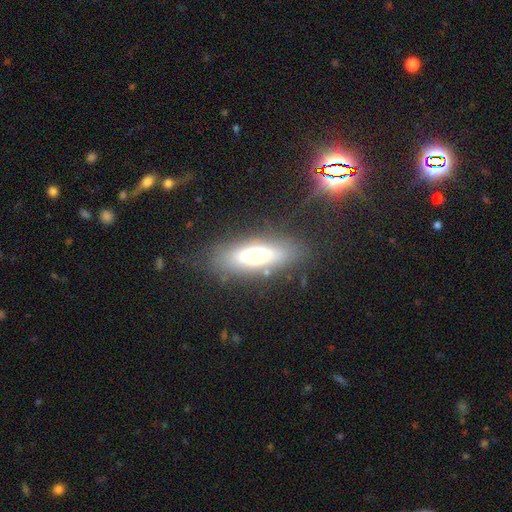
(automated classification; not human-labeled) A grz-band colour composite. It shows a smooth galaxy with no disk features (60%) that is in between round and cigar-shaped (64%). Merging: none (76%).